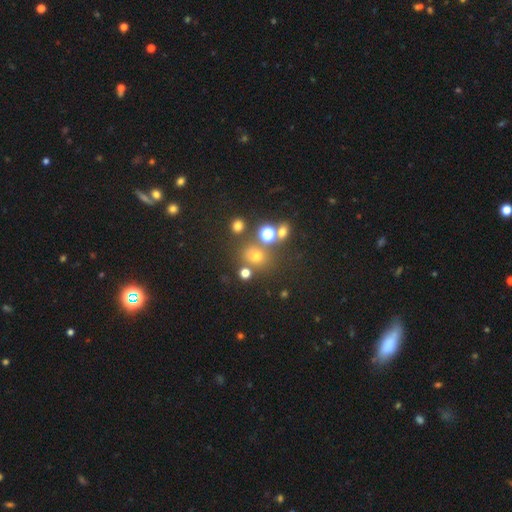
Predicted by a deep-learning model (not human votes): A smooth galaxy with no disk features (59%) that is round (78%). Merging: none (70%).